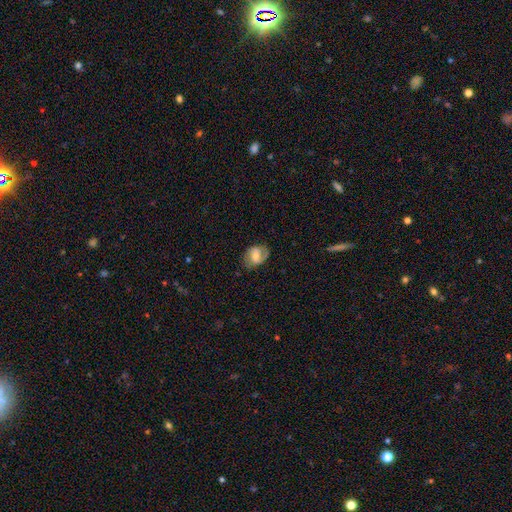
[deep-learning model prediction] A featured or disk galaxy (62%) with a weak bar (48%), 2 (77%) medium (47%) spiral arms (87%) and a moderate central bulge (53%). Merging: none (70%).